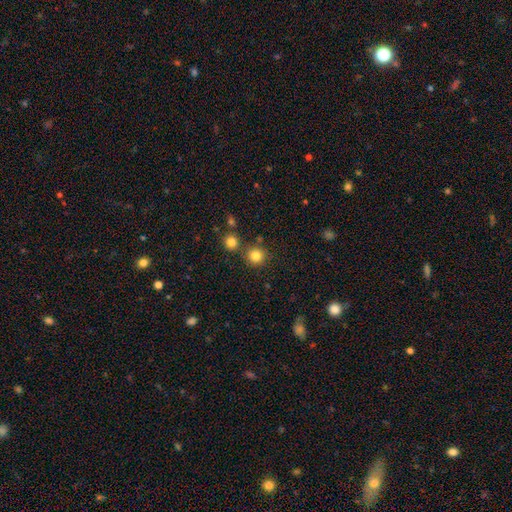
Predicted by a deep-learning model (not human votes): The model was most divided on "smooth or featured": smooth: 83%, star or artifact: 12%, featured or disk: 5%. More confident: how rounded — round (93%); merging — none (80%).